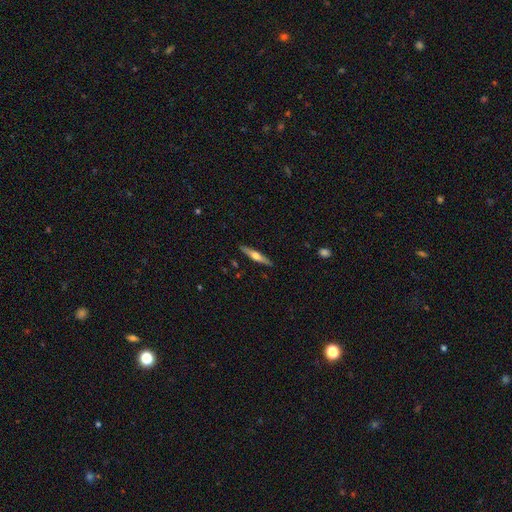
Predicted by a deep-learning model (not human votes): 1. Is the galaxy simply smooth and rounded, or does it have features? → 58% featured or disk, 37% smooth, 6% star or artifact.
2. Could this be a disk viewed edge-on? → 95% yes, 5% no.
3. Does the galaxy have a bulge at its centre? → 91% rounded, 6% none, 3% boxy.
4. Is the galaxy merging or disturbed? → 90% none, 7% minor disturbance, 1% major disturbance, 1% merger.